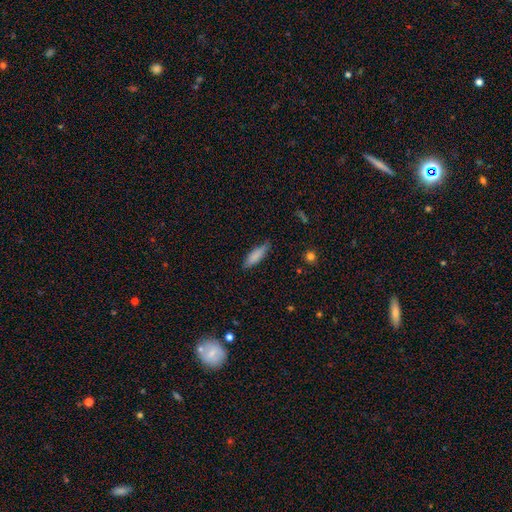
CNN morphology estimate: Smooth or featured? Predicted: smooth (p=0.84). How rounded? Predicted: cigar-shaped (p=0.51). Merging? Predicted: none (p=0.74).